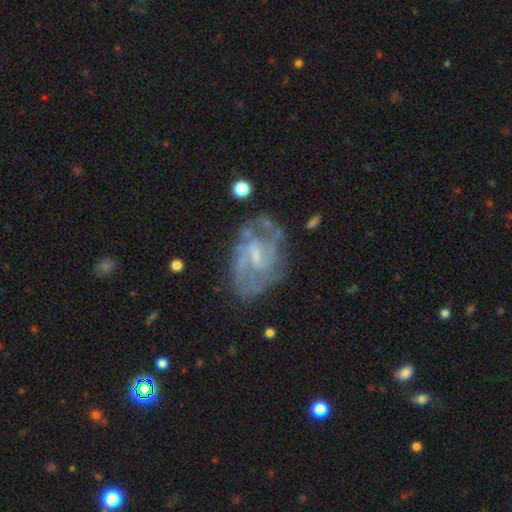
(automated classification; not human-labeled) The model was most divided on "spiral arm count": 2: 44%, can't tell: 29%, 3: 14%, 4: 5%, 1: 5%, more than 4: 3%. Remaining: edge-on disk — no (97%); spiral arms — yes (86%); smooth or featured — featured or disk (82%); merging — none (61%); bar — weak (57%); spiral winding — medium (48%); bulge size — small (47%).